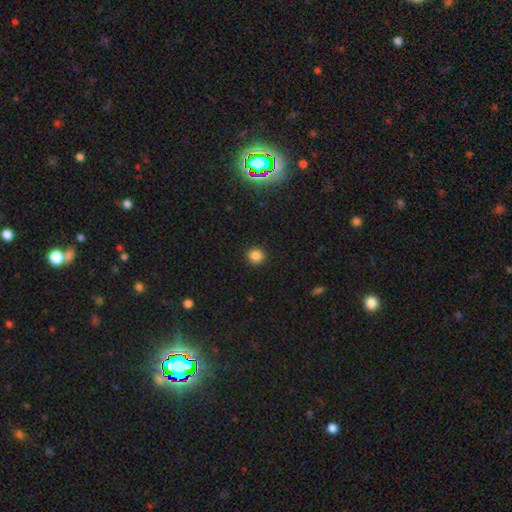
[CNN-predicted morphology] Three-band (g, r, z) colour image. It shows a smooth galaxy with no disk features (85%) that is round (94%). Merging: none (93%).